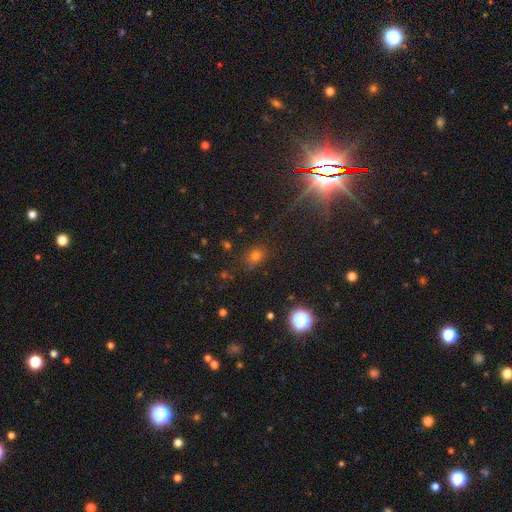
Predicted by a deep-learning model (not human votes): A smooth galaxy with no disk features (67%) that is round (53%).

Vote fractions:
- Smooth or featured? smooth: 67% / star or artifact: 25% / featured or disk: 7%
- How rounded? round: 53% / in between: 46% / cigar-shaped: 2%
- Merging? none: 77% / minor disturbance: 14% / major disturbance: 5% / merger: 4%